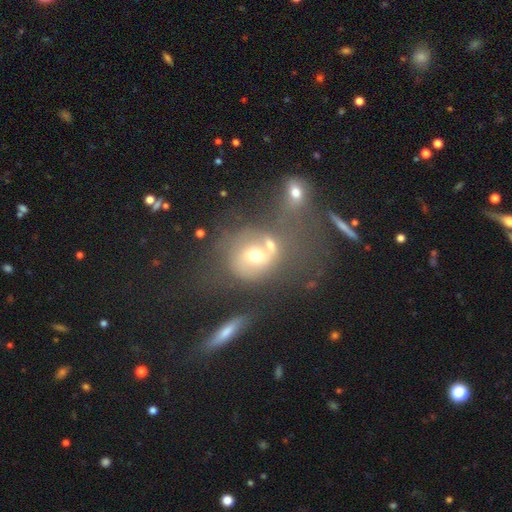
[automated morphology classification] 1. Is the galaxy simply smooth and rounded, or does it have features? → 49% smooth, 38% featured or disk, 13% star or artifact.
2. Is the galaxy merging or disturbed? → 38% merger, 33% none, 15% major disturbance, 14% minor disturbance.